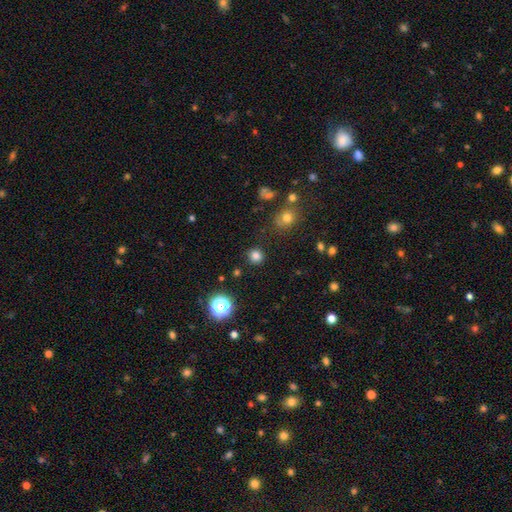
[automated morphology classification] Smooth or featured?
  - smooth: 80% *
  - star or artifact: 16%
  - featured or disk: 4%
How rounded?
  - round: 91% *
  - in between: 8%
  - cigar-shaped: 1%
Merging?
  - none: 88% *
  - minor disturbance: 7%
  - major disturbance: 3%
  - merger: 2%